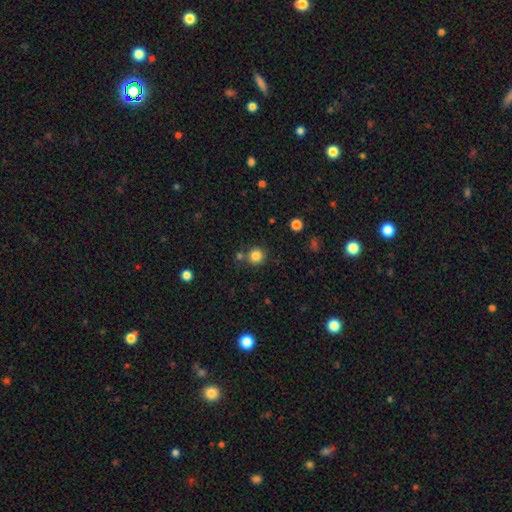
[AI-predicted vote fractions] Morphology: type=smooth (83%); roundness=round (93%); merging=none (77%).